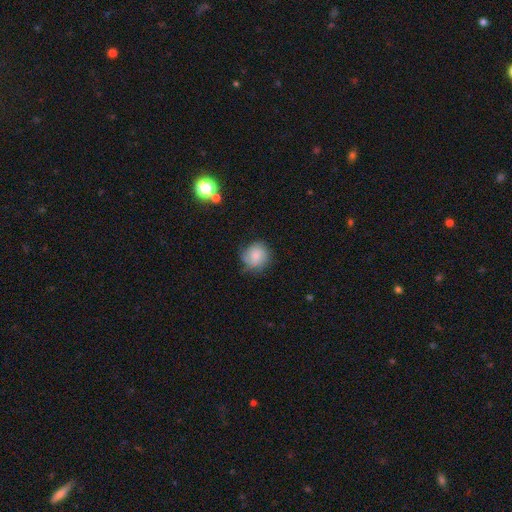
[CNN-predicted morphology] Overall: smooth (72%). How rounded: round (86%). Merging: none (69%).